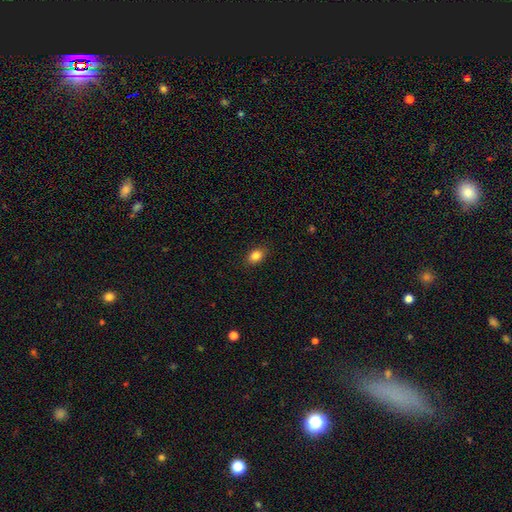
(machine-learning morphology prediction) smooth-or-featured: smooth: 84% | star or artifact: 9% | featured or disk: 6%
  how-rounded: in between: 78% | round: 20% | cigar-shaped: 2%
  merging: none: 88% | minor disturbance: 9% | major disturbance: 2% | merger: 1%